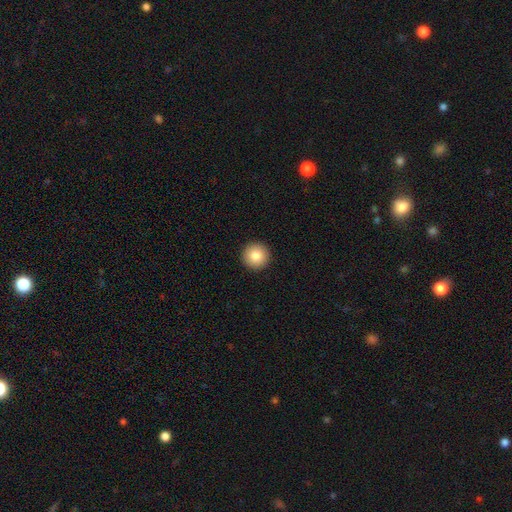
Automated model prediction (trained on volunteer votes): Smooth or featured: smooth — 84% (star or artifact — 9%)
How rounded: round — 96% (in between — 3%)
Merging: none — 94% (minor disturbance — 4%)